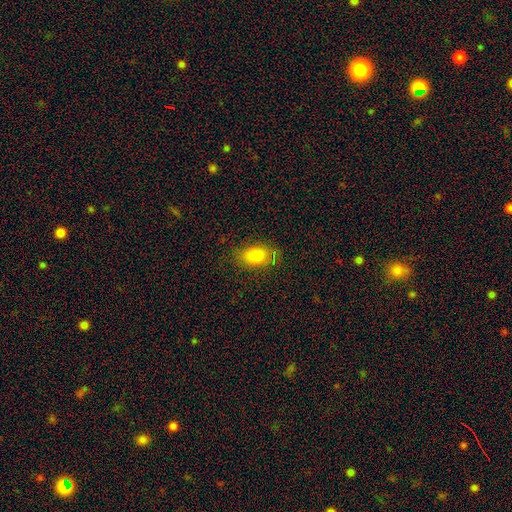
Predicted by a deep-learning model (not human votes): Smooth or featured?
  - smooth: 84% *
  - star or artifact: 9%
  - featured or disk: 7%
How rounded?
  - in between: 89% *
  - round: 9%
  - cigar-shaped: 3%
Merging?
  - none: 79% *
  - minor disturbance: 15%
  - major disturbance: 5%
  - merger: 2%